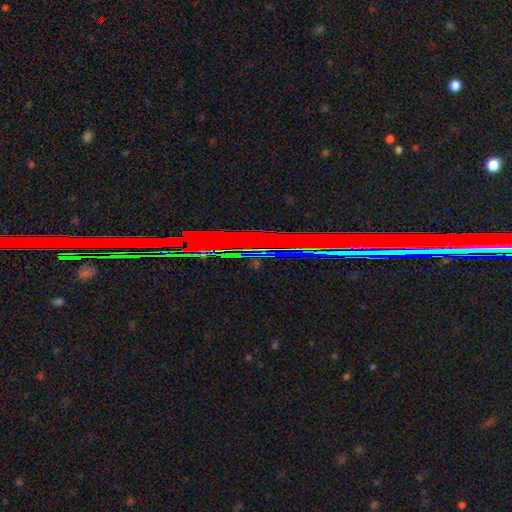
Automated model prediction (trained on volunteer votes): Morphology: type=star or artifact (79%).